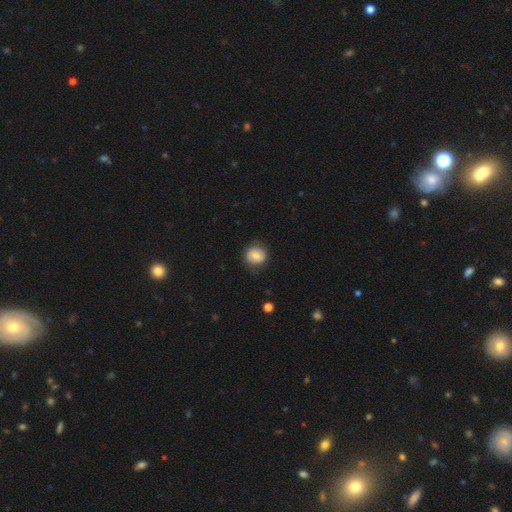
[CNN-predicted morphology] smooth_or_featured: smooth (p=0.74) [alt: featured or disk p=0.18]
how_rounded: round (p=0.85) [alt: in between p=0.15]
merging: none (p=0.78) [alt: minor disturbance p=0.16]